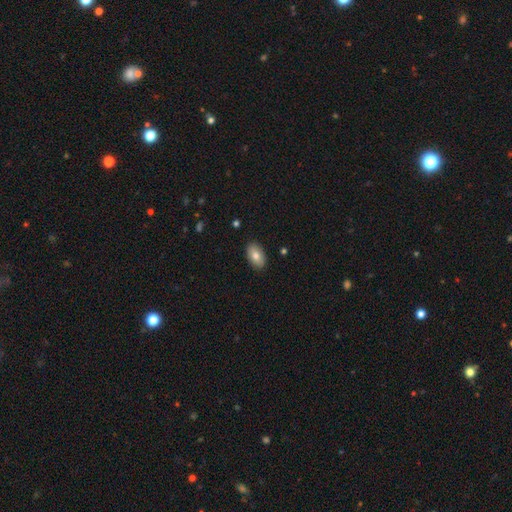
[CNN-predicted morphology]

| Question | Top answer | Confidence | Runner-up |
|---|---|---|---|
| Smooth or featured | smooth | 77% | featured or disk (16%) |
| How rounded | in between | 93% | round (5%) |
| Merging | none | 89% | minor disturbance (8%) |